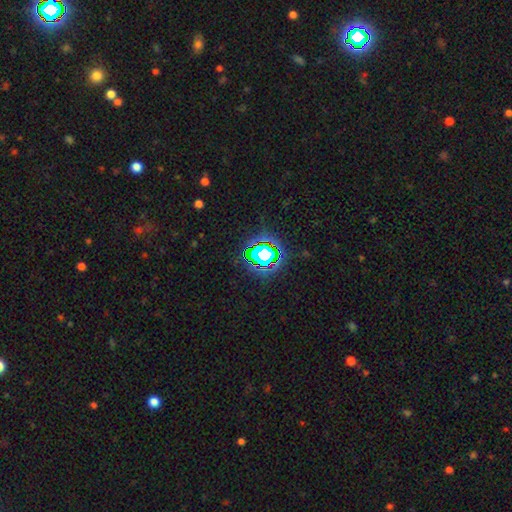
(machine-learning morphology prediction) smooth-or-featured: star or artifact: 74% | smooth: 16% | featured or disk: 10%